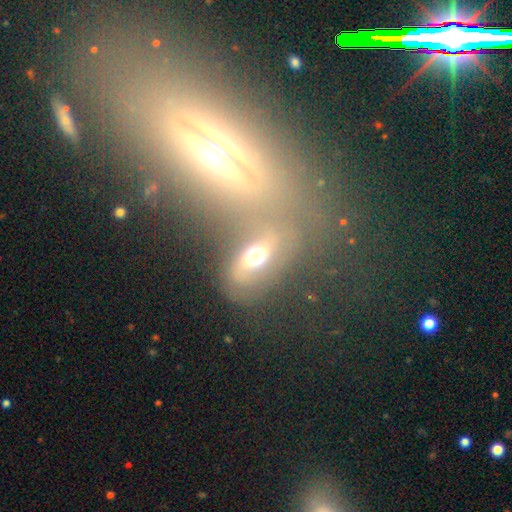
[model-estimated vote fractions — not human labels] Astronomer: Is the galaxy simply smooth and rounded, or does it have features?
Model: smooth — 51% (runner-up: featured or disk, 32%).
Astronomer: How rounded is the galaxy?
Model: in between — 68%.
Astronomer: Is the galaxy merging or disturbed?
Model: none — 48% (runner-up: merger, 26%).